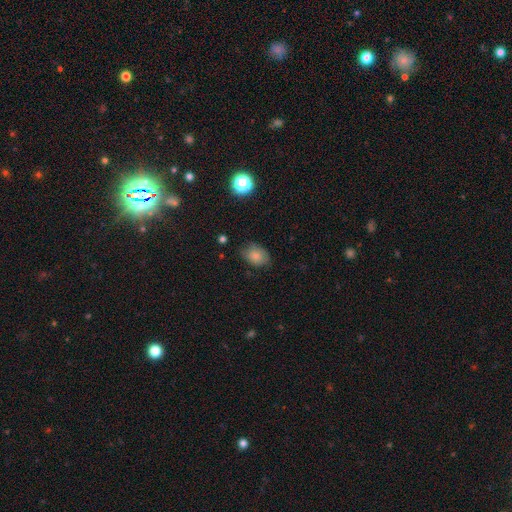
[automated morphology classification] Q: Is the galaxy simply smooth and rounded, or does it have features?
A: smooth — 81%.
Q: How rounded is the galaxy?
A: in between — 76%.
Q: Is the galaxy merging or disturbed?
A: none — 69%.